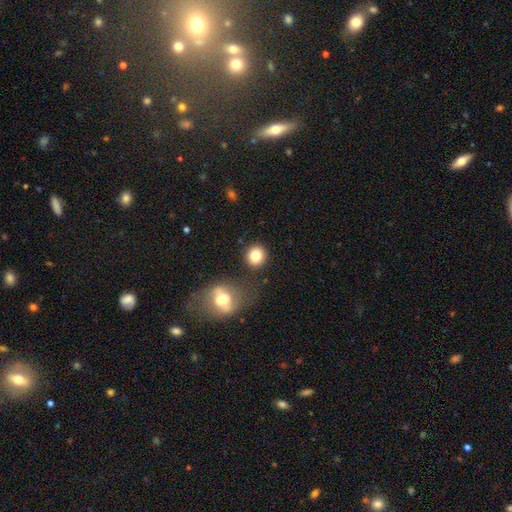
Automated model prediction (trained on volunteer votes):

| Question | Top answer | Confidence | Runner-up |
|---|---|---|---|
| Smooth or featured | smooth | 81% | star or artifact (10%) |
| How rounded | round | 86% | in between (13%) |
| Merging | none | 83% | minor disturbance (8%) |